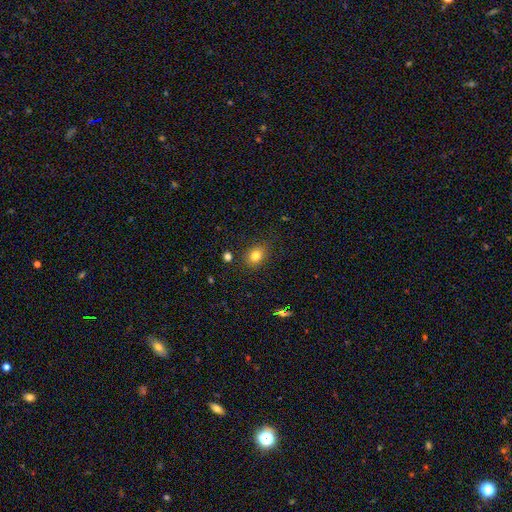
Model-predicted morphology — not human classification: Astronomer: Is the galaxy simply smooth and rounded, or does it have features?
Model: smooth — 80%.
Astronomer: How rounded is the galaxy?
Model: round — 57% (runner-up: in between, 42%).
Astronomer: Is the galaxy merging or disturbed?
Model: none — 84%.